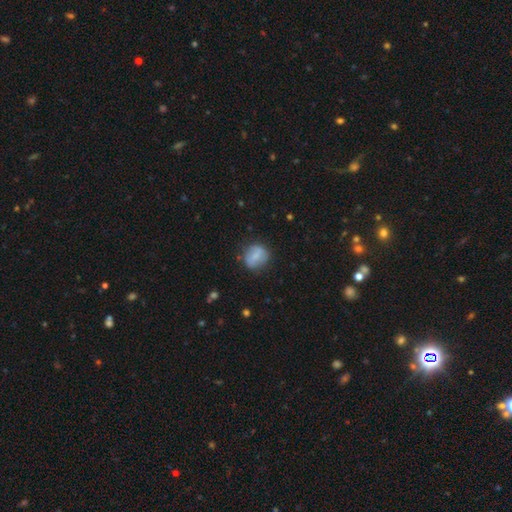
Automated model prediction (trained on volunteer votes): The model was most divided on "how rounded": round: 66%, in between: 32%, cigar-shaped: 2%. More confident: merging — none (74%); smooth or featured — smooth (64%).